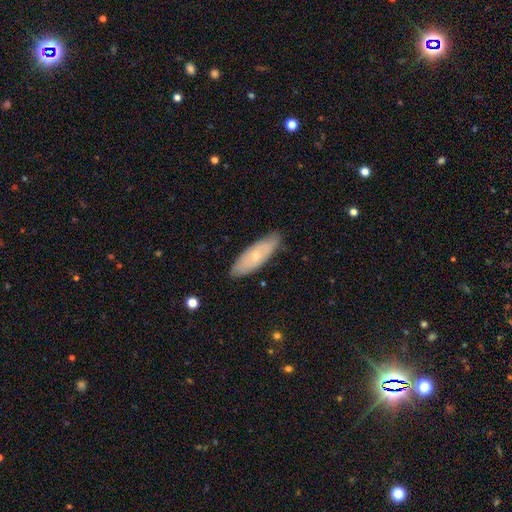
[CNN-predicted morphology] smooth_or_featured: smooth (p=0.54) [alt: featured or disk p=0.40]
how_rounded: in between (p=0.56) [alt: cigar-shaped p=0.42]
merging: none (p=0.82) [alt: minor disturbance p=0.14]